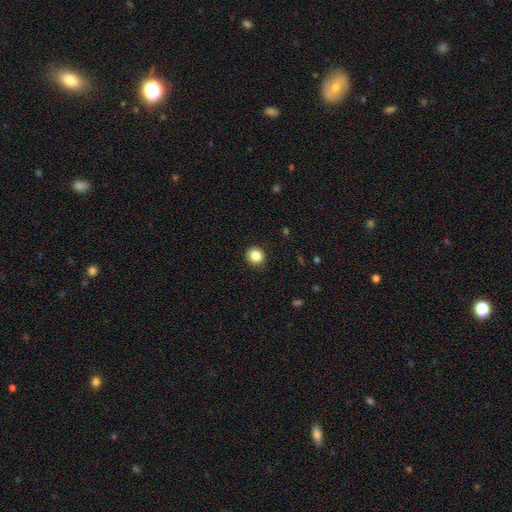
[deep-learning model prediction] This appears to be a smooth galaxy with no disk features (86%) that is round (85%). Merging: none (89%).